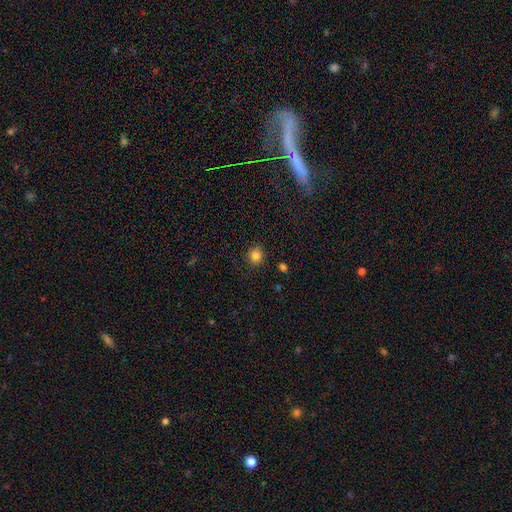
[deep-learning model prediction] Smooth or featured? Predicted: smooth (p=0.84). How rounded? Predicted: round (p=0.85). Merging? Predicted: none (p=0.89).